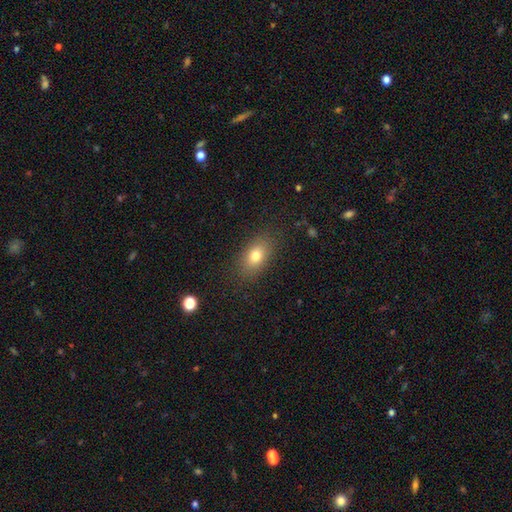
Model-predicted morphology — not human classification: Smooth or featured? smooth (77%)
How rounded? in between (84%)
Merging? none (85%)